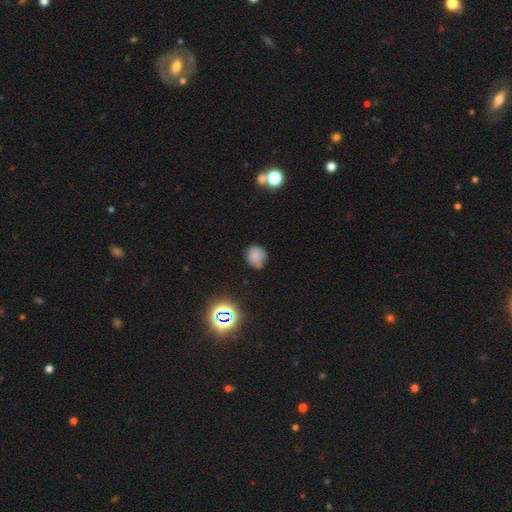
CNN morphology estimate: smooth 75%, star or artifact 16%, featured or disk 9%. Down the decision tree: how rounded — round (78%); merging — none (62%).